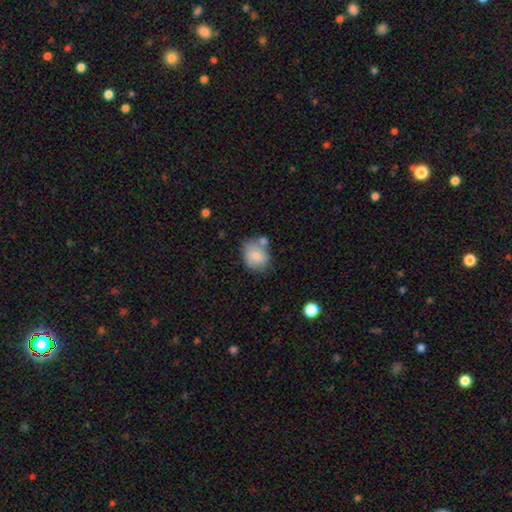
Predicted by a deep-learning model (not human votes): Smooth or featured?
  - smooth: 78% *
  - featured or disk: 15%
  - star or artifact: 8%
How rounded?
  - in between: 50% *
  - round: 49%
  - cigar-shaped: 1%
Merging?
  - none: 48% *
  - minor disturbance: 23%
  - merger: 21%
  - major disturbance: 8%